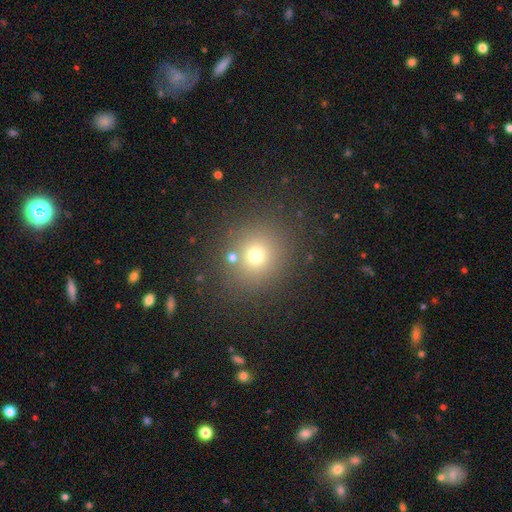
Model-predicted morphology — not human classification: smooth-or-featured: smooth: 69% | star or artifact: 21% | featured or disk: 10%
  how-rounded: round: 87% | in between: 12% | cigar-shaped: 1%
  merging: none: 82% | minor disturbance: 8% | merger: 6% | major disturbance: 4%